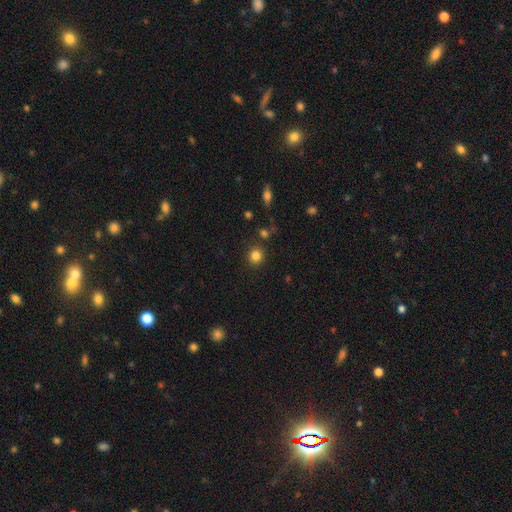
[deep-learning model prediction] Overall: smooth (84%). How rounded: round (91%). Merging: none (87%).